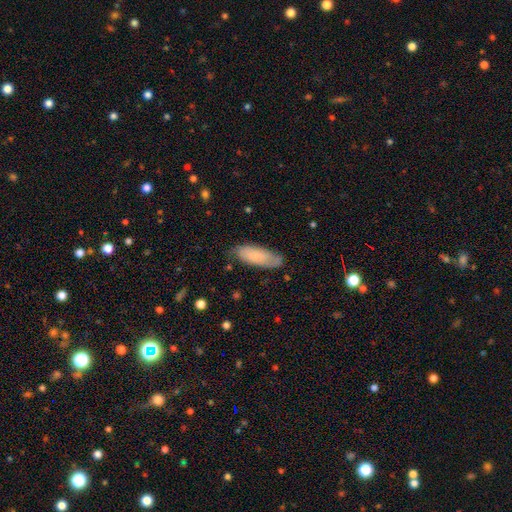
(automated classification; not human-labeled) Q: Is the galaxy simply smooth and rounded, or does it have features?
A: smooth — 71%.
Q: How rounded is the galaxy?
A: in between — 69%.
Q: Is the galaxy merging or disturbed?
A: none — 70%.